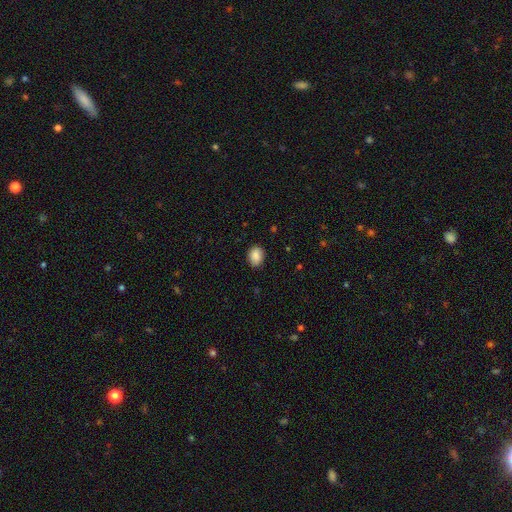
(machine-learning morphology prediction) This is clearly a smooth galaxy (87%). How rounded: likely in between (65%). Merging: clearly none (85%).